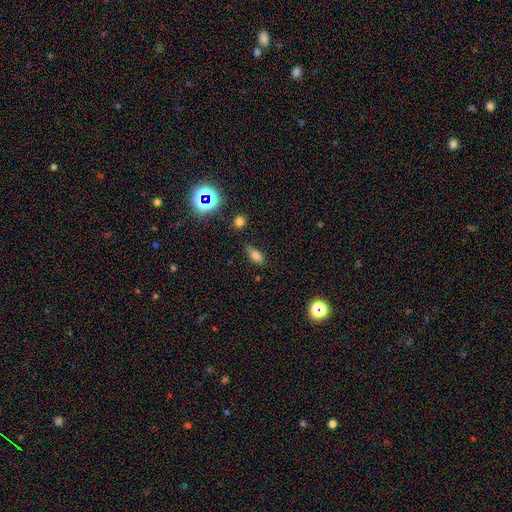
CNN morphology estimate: This appears to be a smooth galaxy with no disk features (73%) that is in between round and cigar-shaped (75%). Merging: none (65%).